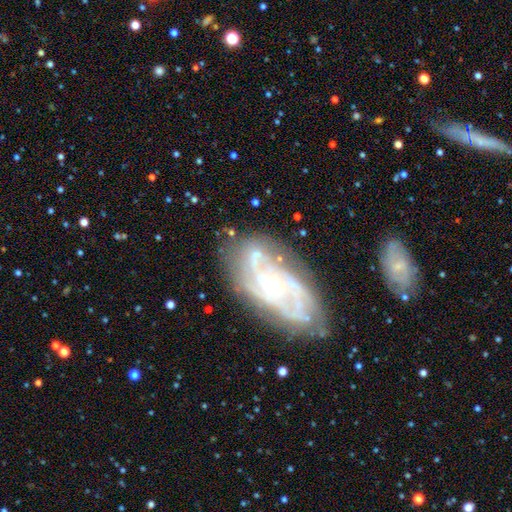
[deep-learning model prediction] smooth_or_featured: featured or disk (p=0.81) [alt: smooth p=0.11]
disk_edge_on: no (p=0.94) [alt: yes p=0.06]
bar: no (p=0.63) [alt: weak p=0.28]
has_spiral_arms: yes (p=0.89) [alt: no p=0.11]
spiral_winding: medium (p=0.41) [alt: tight p=0.40]
spiral_arm_count: 2 (p=0.38) [alt: can't tell p=0.25]
bulge_size: small (p=0.61) [alt: moderate p=0.33]
merging: none (p=0.66) [alt: minor disturbance p=0.19]